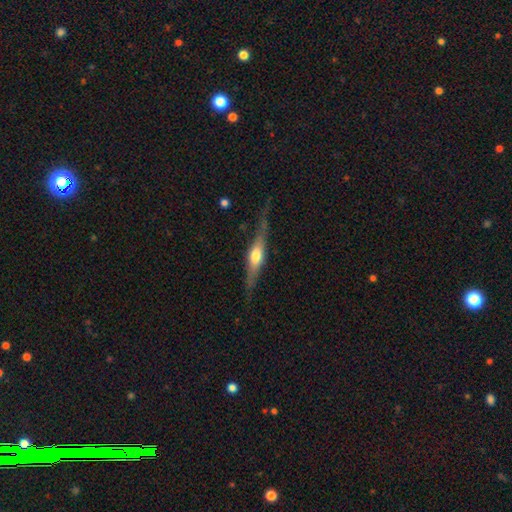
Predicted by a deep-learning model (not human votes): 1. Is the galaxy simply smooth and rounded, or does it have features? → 70% featured or disk, 25% smooth, 5% star or artifact.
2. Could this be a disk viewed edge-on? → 95% yes, 5% no.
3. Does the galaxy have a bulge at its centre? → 88% rounded, 9% boxy, 3% none.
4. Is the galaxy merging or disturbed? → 73% none, 19% minor disturbance, 7% major disturbance, 2% merger.